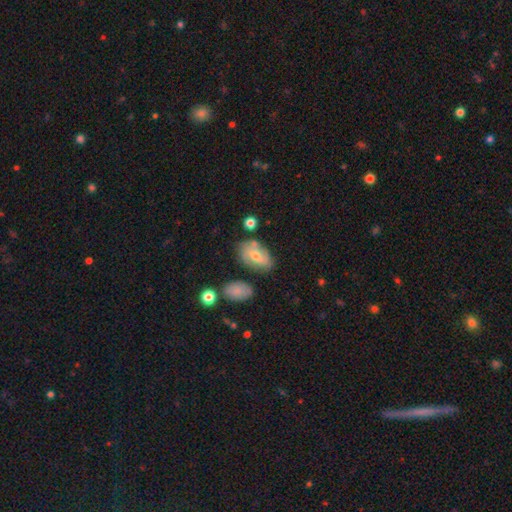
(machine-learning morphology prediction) smooth 49%, featured or disk 43%, star or artifact 8%. Down the decision tree: merging — none (60%).